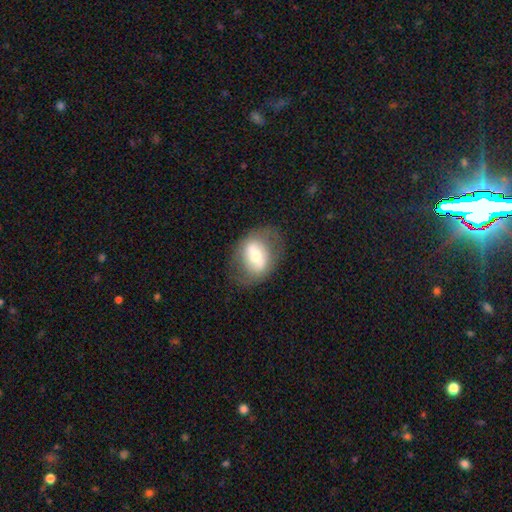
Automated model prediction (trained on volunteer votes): smooth-or-featured: featured or disk: 47% | smooth: 45% | star or artifact: 8%
  merging: none: 71% | minor disturbance: 16% | major disturbance: 11% | merger: 2%